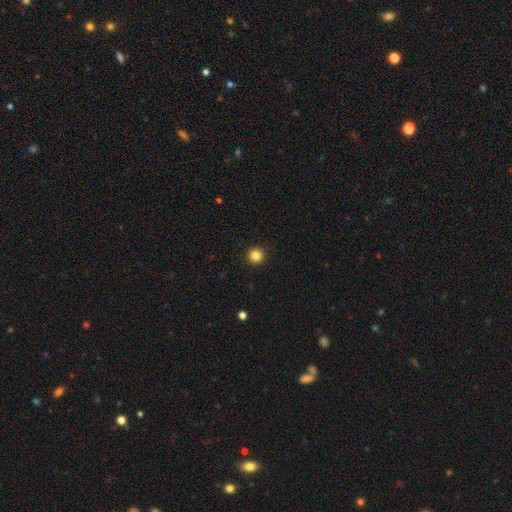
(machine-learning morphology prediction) Q: Smooth or featured?
A: smooth (84%); runner-up: star or artifact (11%)
Q: How rounded?
A: round (95%); runner-up: in between (4%)
Q: Merging?
A: none (93%); runner-up: minor disturbance (4%)